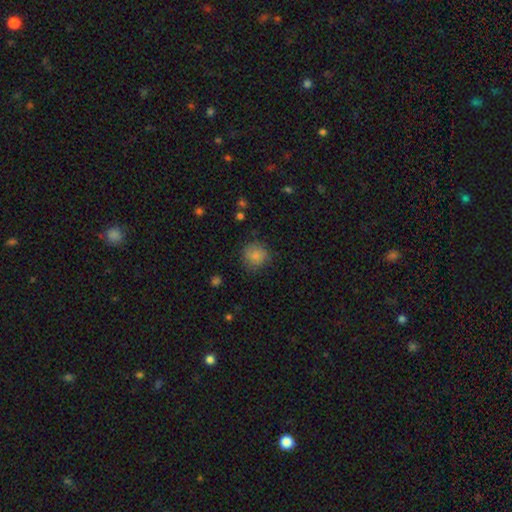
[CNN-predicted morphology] A smooth galaxy with no disk features (83%) that is round (89%). Merging: none (78%).